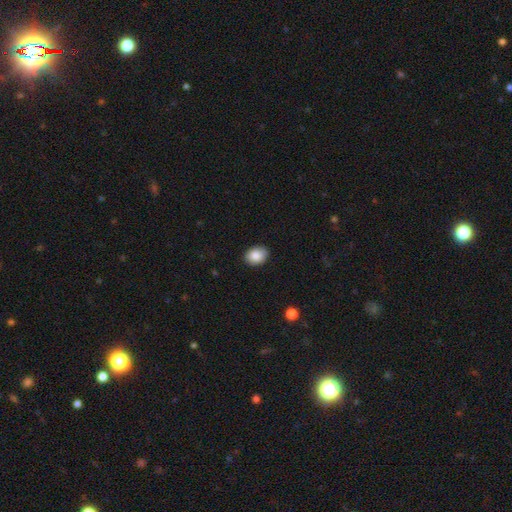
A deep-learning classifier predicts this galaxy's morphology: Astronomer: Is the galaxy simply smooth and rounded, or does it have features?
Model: smooth — 86%.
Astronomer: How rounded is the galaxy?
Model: in between — 69%.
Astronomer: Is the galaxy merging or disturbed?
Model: none — 88%.